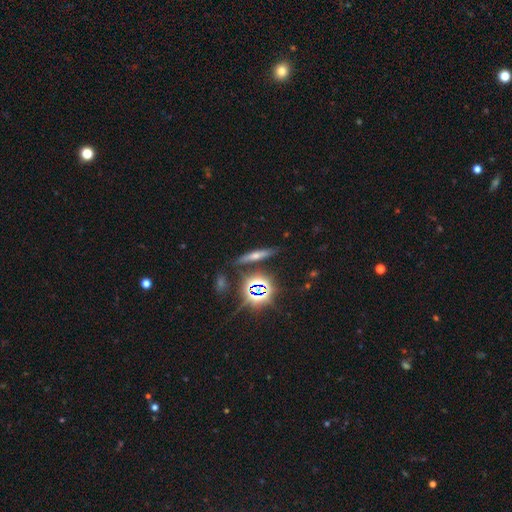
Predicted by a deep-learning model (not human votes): featured or disk 37%, smooth 33%, star or artifact 30%. Down the decision tree: merging — none (84%).